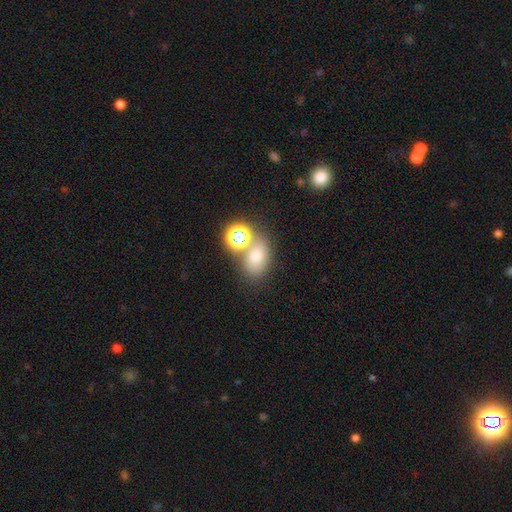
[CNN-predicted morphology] Smooth or featured? smooth (66%)
How rounded? in between (63%)
Merging? none (54%)